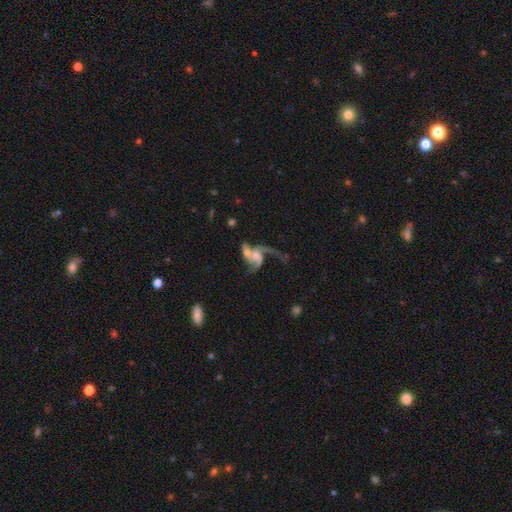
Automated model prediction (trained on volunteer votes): The model was most divided on "bulge size": moderate: 42%, small: 26%, none: 15%, large: 14%, dominant: 3%. More confident: edge-on disk — no (96%); spiral arms — yes (86%); smooth or featured — featured or disk (74%); spiral winding — loose (69%); bar — no (64%); merging — merger (55%); spiral arm count — 2 (54%).